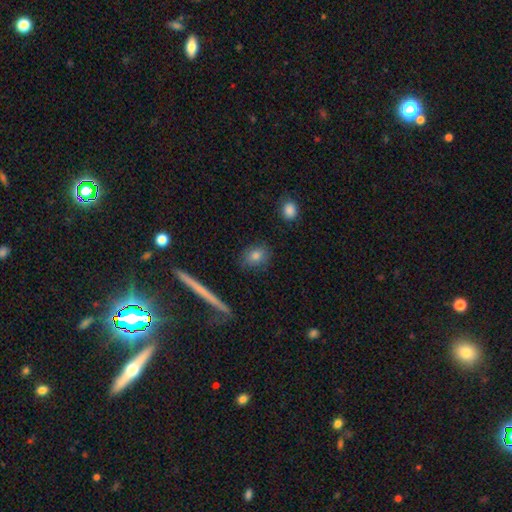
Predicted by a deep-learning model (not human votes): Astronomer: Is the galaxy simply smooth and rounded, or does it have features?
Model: smooth — 81%.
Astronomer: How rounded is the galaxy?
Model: in between — 49% (runner-up: round, 45%).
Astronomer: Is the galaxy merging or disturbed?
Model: none — 87%.